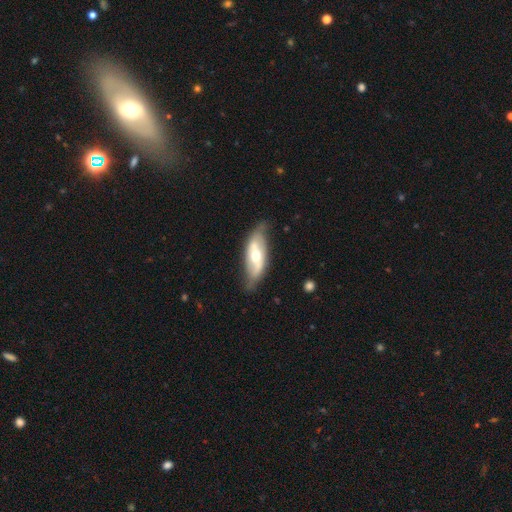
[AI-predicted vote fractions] The model was most divided on "smooth or featured": featured or disk: 59%, smooth: 36%, star or artifact: 5%. More confident: edge-on disk — no (80%); merging — none (67%).